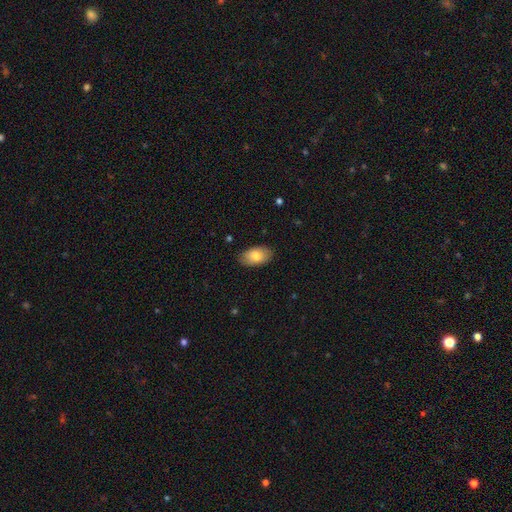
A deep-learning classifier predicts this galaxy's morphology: This is clearly a smooth galaxy (81%). How rounded: clearly in between (94%). Merging: clearly none (85%).